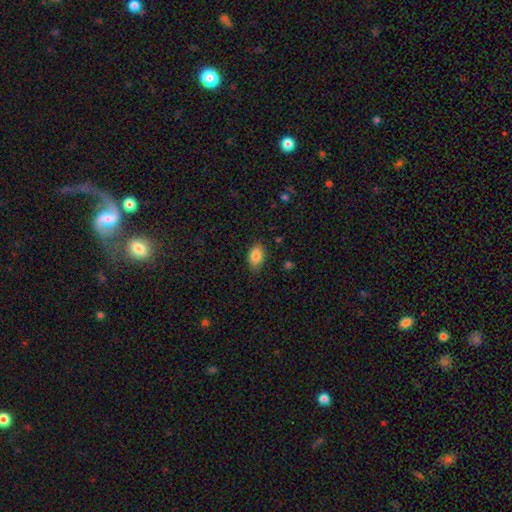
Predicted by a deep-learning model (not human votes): smooth 86%, star or artifact 8%, featured or disk 7%. Down the decision tree: how rounded — in between (87%); merging — none (79%).